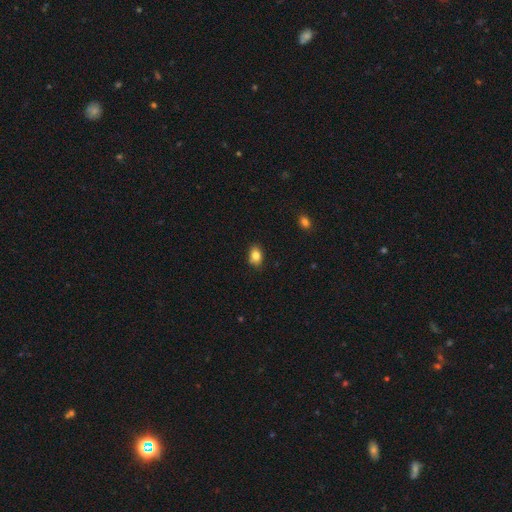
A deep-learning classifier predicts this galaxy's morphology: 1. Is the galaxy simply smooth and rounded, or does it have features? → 83% smooth, 9% star or artifact, 7% featured or disk.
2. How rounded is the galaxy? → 73% in between, 25% round, 1% cigar-shaped.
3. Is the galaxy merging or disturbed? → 79% none, 16% minor disturbance, 3% major disturbance, 2% merger.